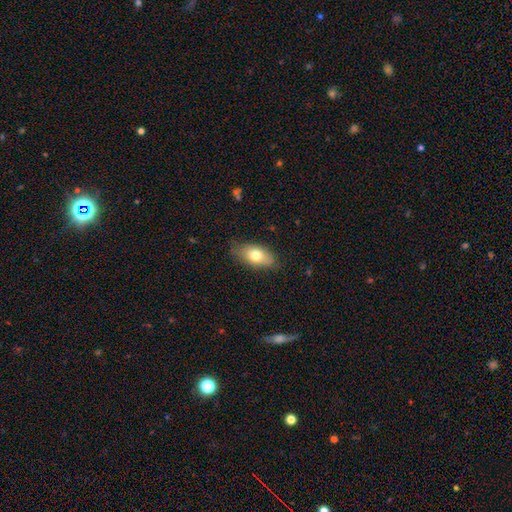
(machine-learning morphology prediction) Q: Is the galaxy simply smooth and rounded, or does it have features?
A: smooth — 72%.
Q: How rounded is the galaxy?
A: in between — 87%.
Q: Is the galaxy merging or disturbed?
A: none — 76%.